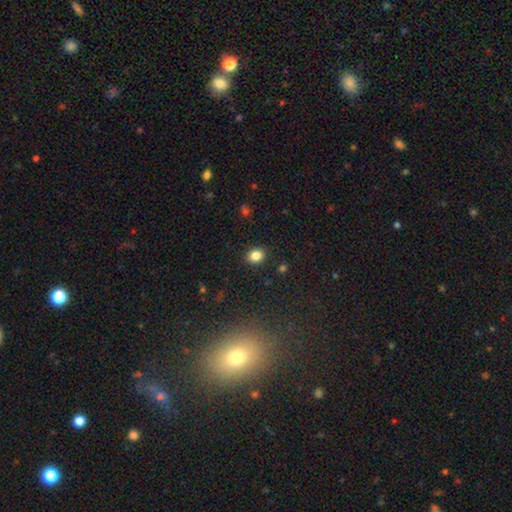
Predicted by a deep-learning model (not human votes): Morphology: type=smooth (84%); roundness=in between (55%); merging=none (89%).